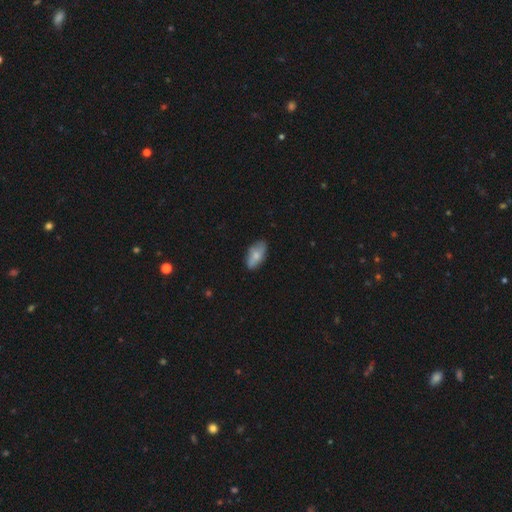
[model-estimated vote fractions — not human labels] smooth 67%, featured or disk 26%, star or artifact 7%. Down the decision tree: how rounded — in between (90%); merging — none (73%).